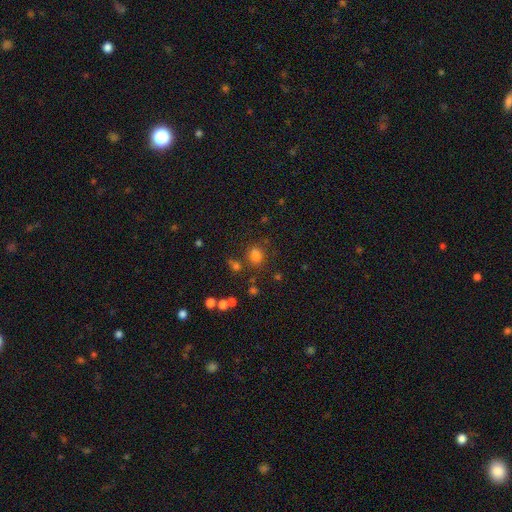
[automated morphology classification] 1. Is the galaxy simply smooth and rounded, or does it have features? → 73% smooth, 20% star or artifact, 7% featured or disk.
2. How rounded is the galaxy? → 70% round, 29% in between, 1% cigar-shaped.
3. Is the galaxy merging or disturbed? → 68% none, 14% minor disturbance, 12% merger, 6% major disturbance.